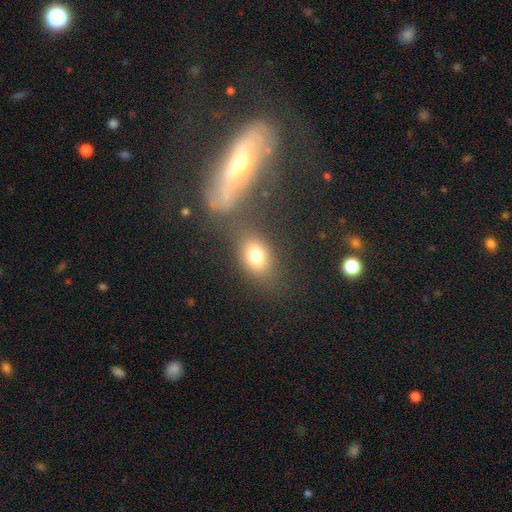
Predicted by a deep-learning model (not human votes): smooth_or_featured: smooth (p=0.77) [alt: featured or disk p=0.12]
how_rounded: in between (p=0.70) [alt: round p=0.28]
merging: none (p=0.67) [alt: merger p=0.14]